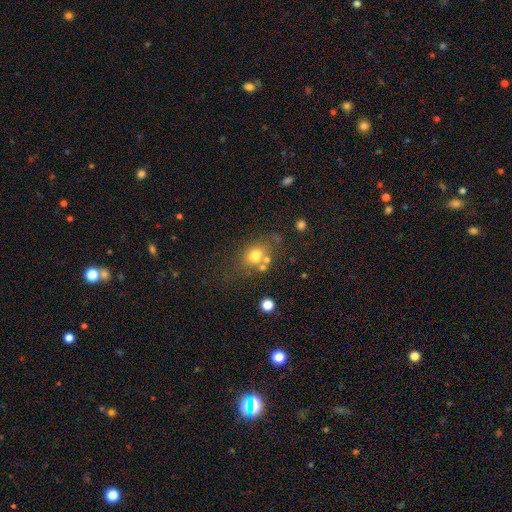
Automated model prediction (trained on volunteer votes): smooth-or-featured: smooth: 71% | featured or disk: 16% | star or artifact: 13%
  how-rounded: round: 58% | in between: 40% | cigar-shaped: 1%
  merging: none: 53% | merger: 21% | minor disturbance: 17% | major disturbance: 10%